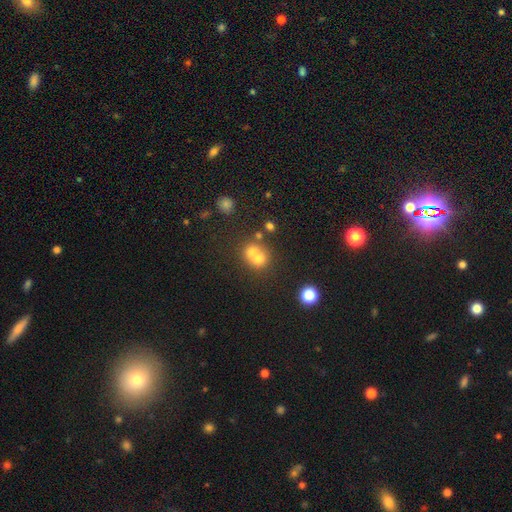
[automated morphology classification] Smooth or featured: smooth — 66% (featured or disk — 19%)
How rounded: round — 80% (in between — 19%)
Merging: merger — 59% (none — 32%)